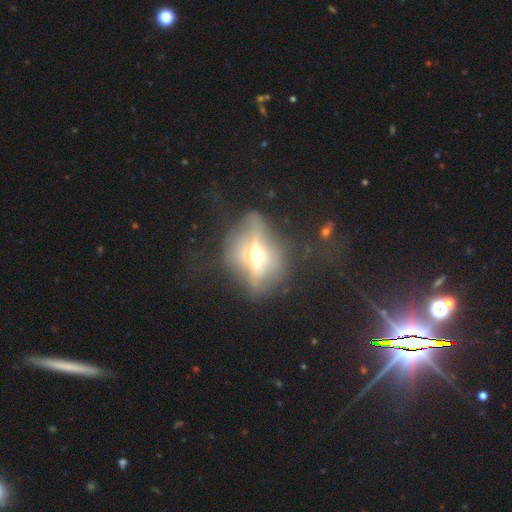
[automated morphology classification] featured or disk 62%, smooth 27%, star or artifact 11%. Down the decision tree: edge-on disk — no (55%); merging — none (44%).